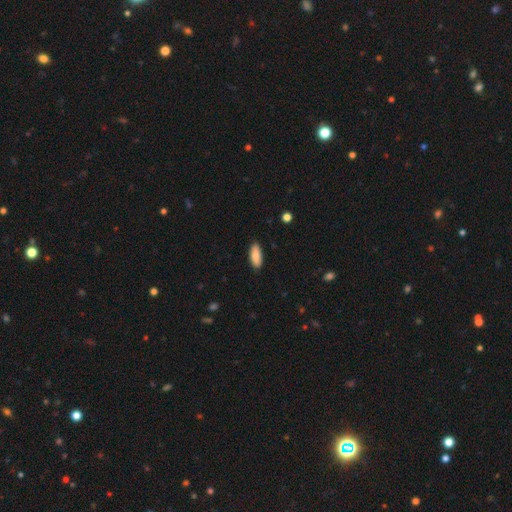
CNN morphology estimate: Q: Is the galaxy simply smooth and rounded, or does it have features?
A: smooth — 84%.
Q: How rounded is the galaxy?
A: in between — 76%.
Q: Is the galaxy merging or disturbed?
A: none — 88%.